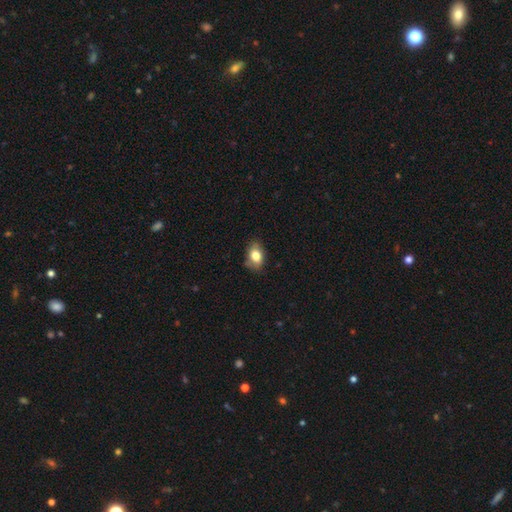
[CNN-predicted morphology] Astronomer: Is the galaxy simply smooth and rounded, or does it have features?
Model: smooth — 79%.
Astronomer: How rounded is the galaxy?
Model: in between — 85%.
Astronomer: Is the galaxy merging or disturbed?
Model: none — 76%.